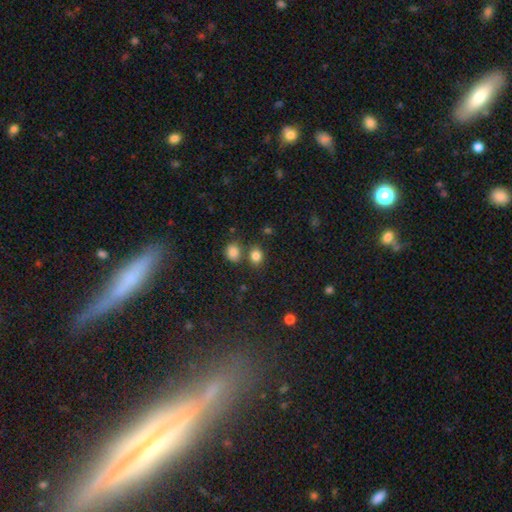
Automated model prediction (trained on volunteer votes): Smooth or featured? smooth (82%)
How rounded? round (65%)
Merging? none (68%)